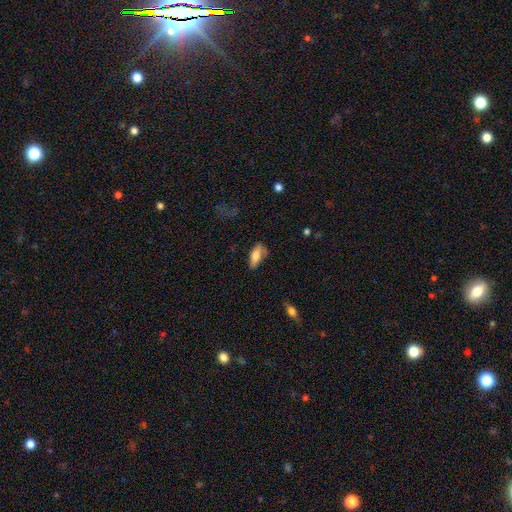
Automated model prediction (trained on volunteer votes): Q: Smooth or featured?
A: smooth (77%); runner-up: featured or disk (16%)
Q: How rounded?
A: in between (76%); runner-up: cigar-shaped (22%)
Q: Merging?
A: none (54%); runner-up: minor disturbance (32%)